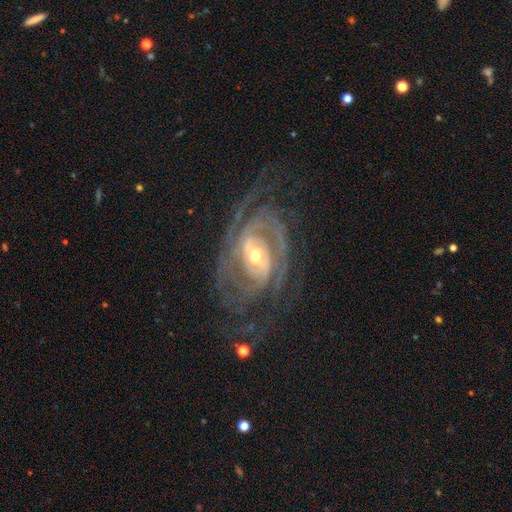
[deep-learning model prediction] Smooth or featured? Predicted: featured or disk (p=0.92). Edge-on disk? Predicted: no (p=0.96). Bar? Predicted: weak (p=0.39). Spiral arms? Predicted: yes (p=0.98). Spiral winding? Predicted: tight (p=0.61). Spiral arm count? Predicted: 2 (p=0.34). Bulge size? Predicted: moderate (p=0.57). Merging? Predicted: none (p=0.66).